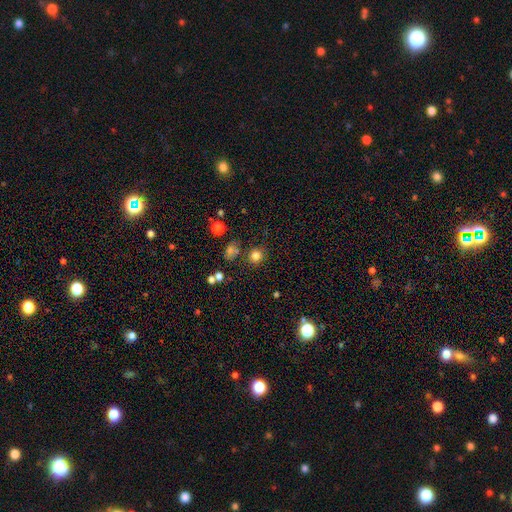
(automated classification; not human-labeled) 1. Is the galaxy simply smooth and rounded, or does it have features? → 80% smooth, 15% star or artifact, 6% featured or disk.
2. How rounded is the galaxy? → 85% round, 14% in between, 1% cigar-shaped.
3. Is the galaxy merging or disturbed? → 81% none, 10% minor disturbance, 6% merger, 3% major disturbance.